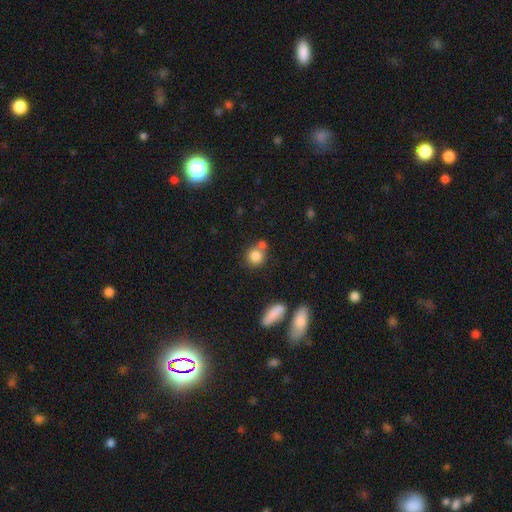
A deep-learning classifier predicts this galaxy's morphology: Q: Smooth or featured?
A: smooth (83%); runner-up: star or artifact (10%)
Q: How rounded?
A: round (83%); runner-up: in between (16%)
Q: Merging?
A: none (55%); runner-up: merger (30%)